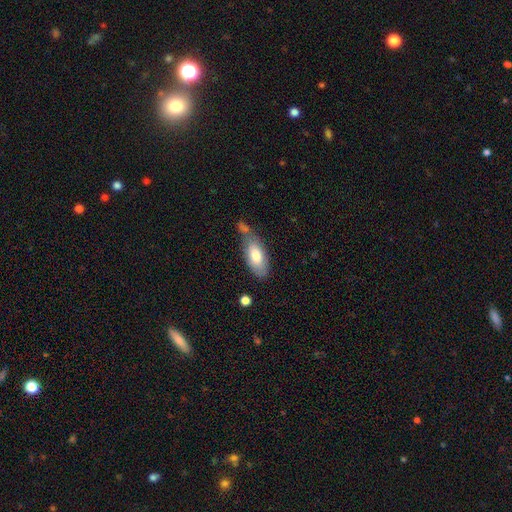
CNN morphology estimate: Overall: smooth (75%). How rounded: in between (84%). Merging: none (53%; minor disturbance 23%).